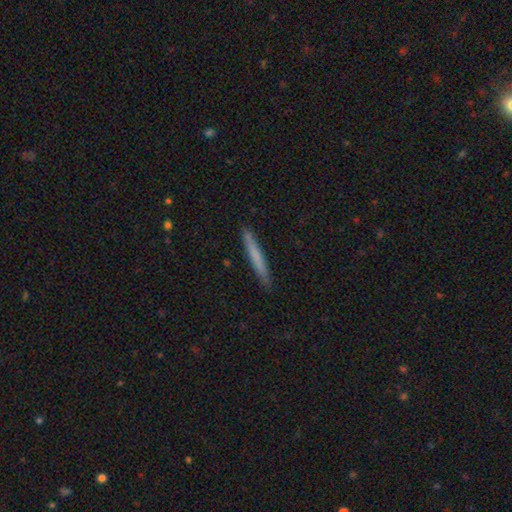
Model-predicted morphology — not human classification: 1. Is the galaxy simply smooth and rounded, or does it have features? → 66% smooth, 29% featured or disk, 6% star or artifact.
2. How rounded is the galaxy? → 97% cigar-shaped, 2% in between, 1% round.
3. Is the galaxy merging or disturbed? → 91% none, 7% minor disturbance, 1% major disturbance, 1% merger.